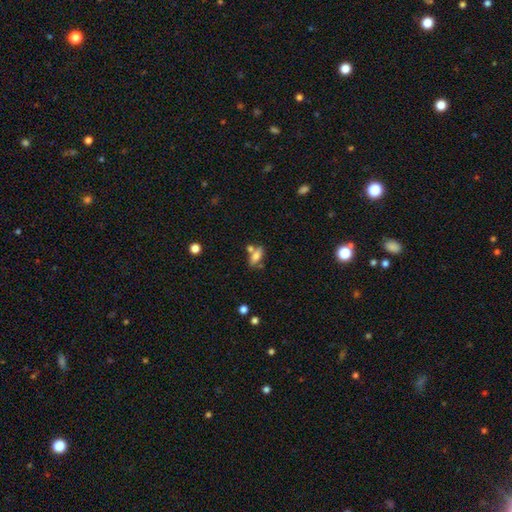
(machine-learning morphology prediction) A smooth galaxy with no disk features (69%) that is in between round and cigar-shaped (74%). Merging: none (54%).